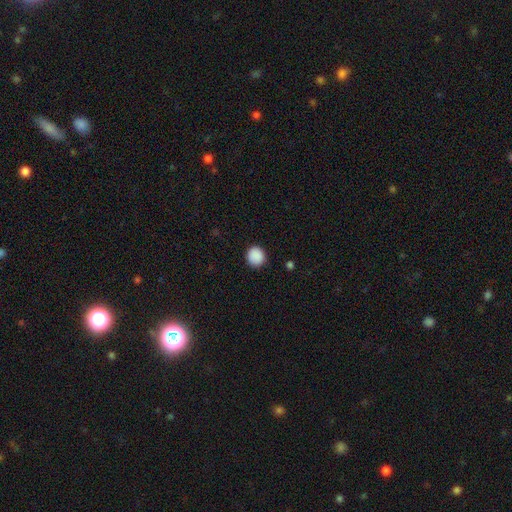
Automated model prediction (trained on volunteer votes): A smooth galaxy with no disk features (89%) that is round (88%).

Vote fractions:
- Smooth or featured? smooth: 89% / star or artifact: 8% / featured or disk: 2%
- How rounded? round: 88% / in between: 11% / cigar-shaped: 1%
- Merging? none: 90% / minor disturbance: 7% / major disturbance: 2% / merger: 1%